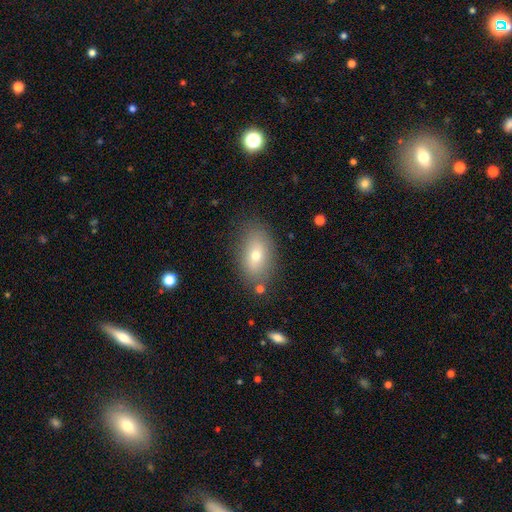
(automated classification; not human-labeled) Smooth or featured?
  - smooth: 68% *
  - featured or disk: 22%
  - star or artifact: 11%
How rounded?
  - in between: 87% *
  - round: 10%
  - cigar-shaped: 3%
Merging?
  - none: 79% *
  - minor disturbance: 14%
  - major disturbance: 5%
  - merger: 3%